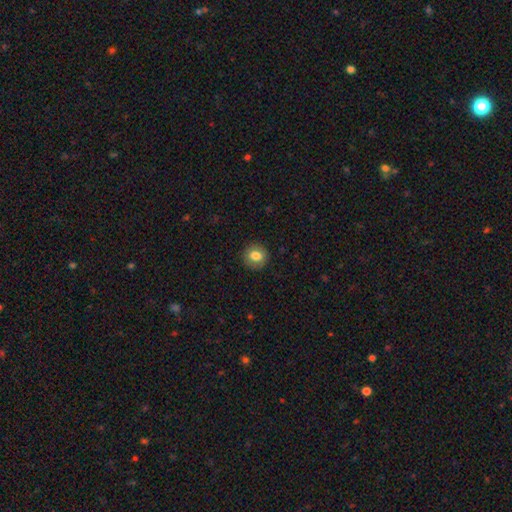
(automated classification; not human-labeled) Smooth or featured: smooth — 80% (featured or disk — 11%)
How rounded: round — 84% (in between — 15%)
Merging: none — 89% (minor disturbance — 7%)